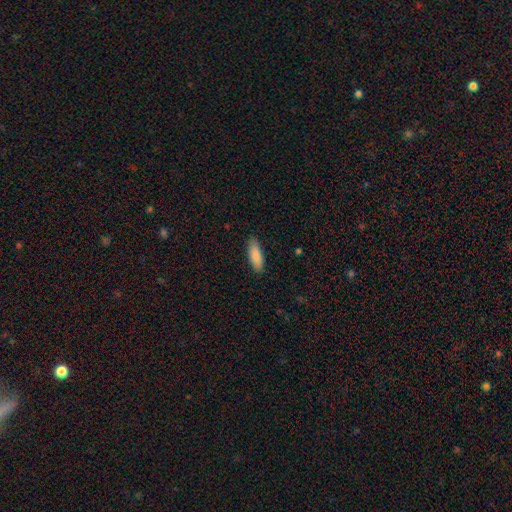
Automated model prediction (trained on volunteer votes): Q: Smooth or featured?
A: smooth (87%); runner-up: featured or disk (7%)
Q: How rounded?
A: in between (64%); runner-up: cigar-shaped (34%)
Q: Merging?
A: none (86%); runner-up: minor disturbance (11%)